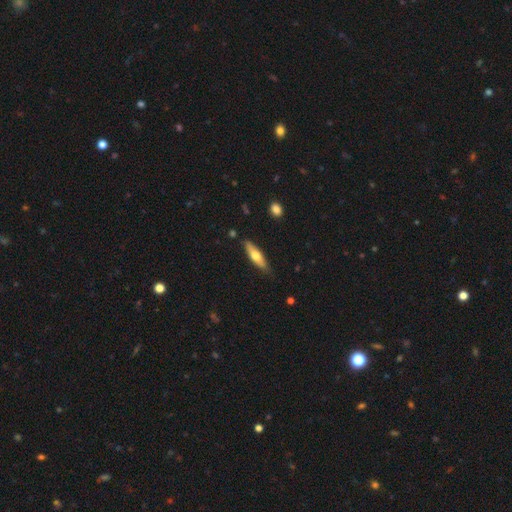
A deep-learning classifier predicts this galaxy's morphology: A smooth galaxy with no disk features (55%) that is cigar-shaped (63%).

Vote fractions:
- Smooth or featured? smooth: 55% / featured or disk: 40% / star or artifact: 5%
- How rounded? cigar-shaped: 63% / in between: 35% / round: 2%
- Merging? none: 81% / minor disturbance: 15% / major disturbance: 2% / merger: 2%